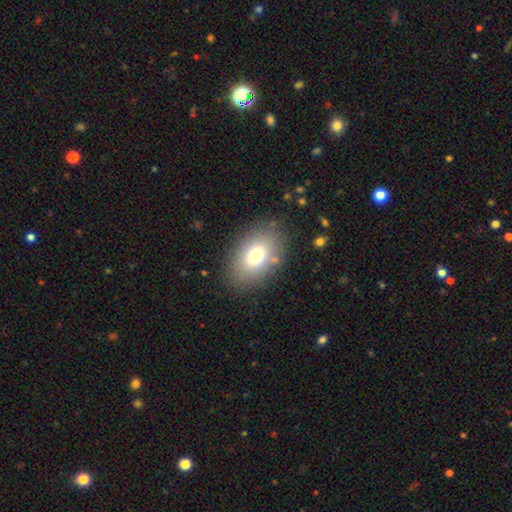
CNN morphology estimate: Smooth or featured?
  - smooth: 75% *
  - featured or disk: 15%
  - star or artifact: 10%
How rounded?
  - in between: 84% *
  - round: 15%
  - cigar-shaped: 1%
Merging?
  - none: 83% *
  - minor disturbance: 11%
  - major disturbance: 4%
  - merger: 2%